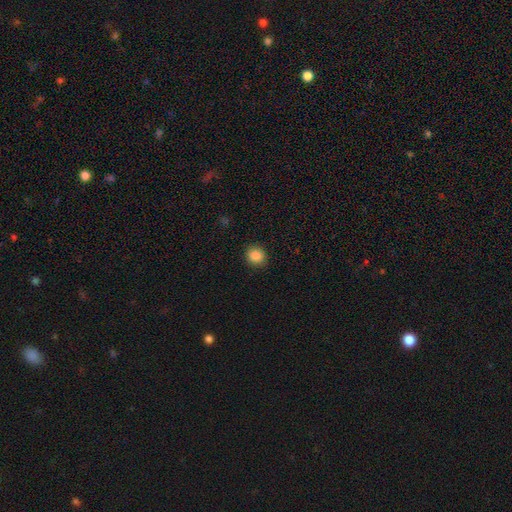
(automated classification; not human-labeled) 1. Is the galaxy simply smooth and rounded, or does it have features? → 87% smooth, 10% star or artifact, 3% featured or disk.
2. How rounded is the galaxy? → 83% round, 16% in between, 1% cigar-shaped.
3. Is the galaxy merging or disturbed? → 90% none, 7% minor disturbance, 2% major disturbance, 1% merger.